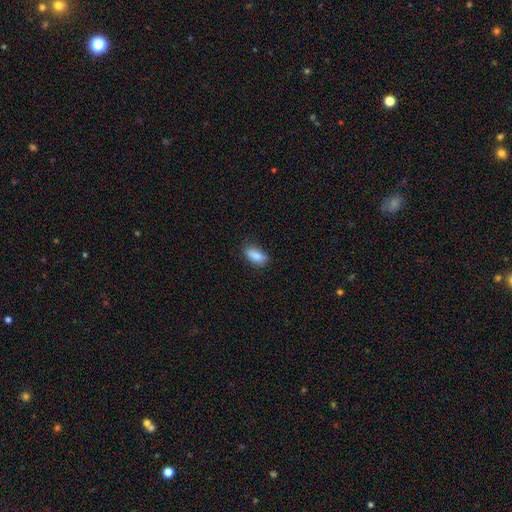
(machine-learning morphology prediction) This appears to be a smooth galaxy with no disk features (86%) that is in between round and cigar-shaped (86%). Merging: none (76%).